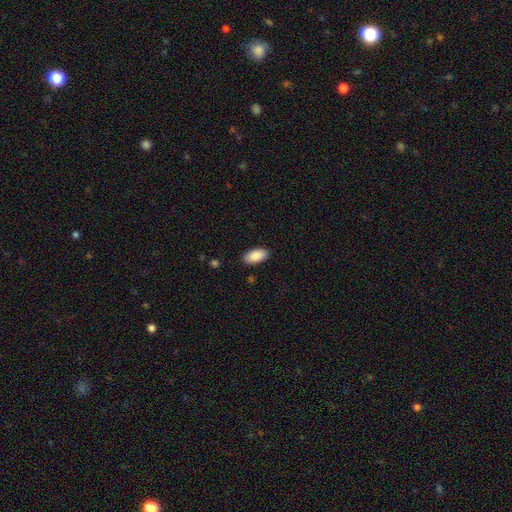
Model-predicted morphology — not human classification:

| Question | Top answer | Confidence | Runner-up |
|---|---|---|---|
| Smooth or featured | smooth | 89% | star or artifact (6%) |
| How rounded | in between | 94% | cigar-shaped (4%) |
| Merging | none | 88% | minor disturbance (9%) |